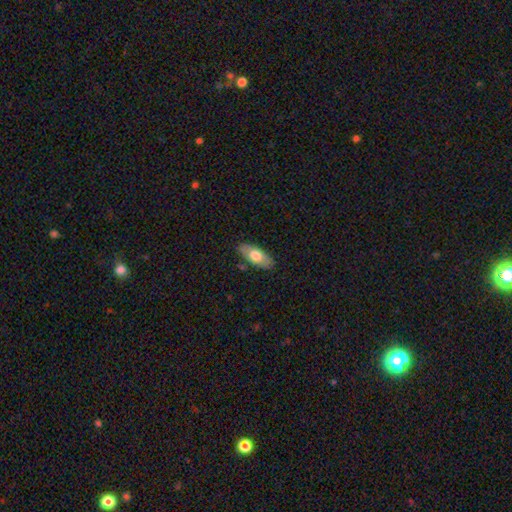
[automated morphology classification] Smooth or featured? smooth (69%)
How rounded? in between (87%)
Merging? none (83%)